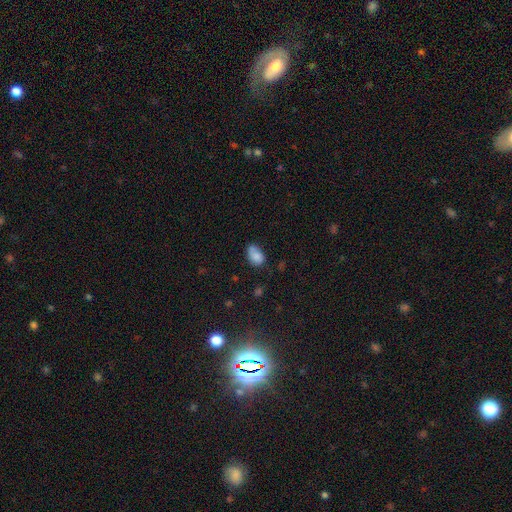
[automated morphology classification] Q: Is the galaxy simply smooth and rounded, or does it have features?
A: smooth — 78%.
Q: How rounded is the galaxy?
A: in between — 84%.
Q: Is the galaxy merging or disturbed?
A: none — 48%.